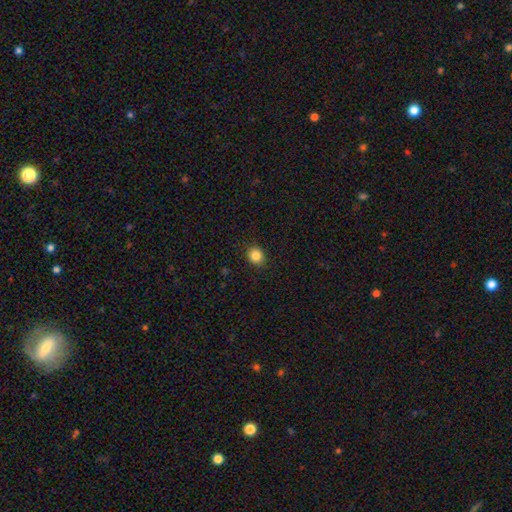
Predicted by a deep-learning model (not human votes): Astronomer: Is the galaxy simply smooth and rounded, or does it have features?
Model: smooth — 85%.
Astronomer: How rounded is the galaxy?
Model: round — 79%.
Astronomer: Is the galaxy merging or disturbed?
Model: none — 90%.